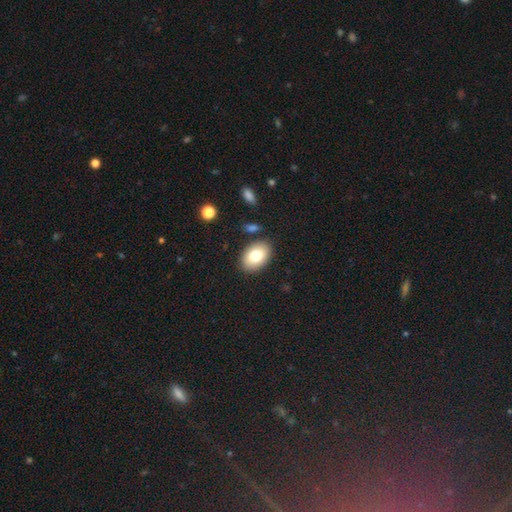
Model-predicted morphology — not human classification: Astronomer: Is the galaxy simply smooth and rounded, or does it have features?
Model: smooth — 79%.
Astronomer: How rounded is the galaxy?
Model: in between — 85%.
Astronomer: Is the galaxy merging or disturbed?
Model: none — 86%.